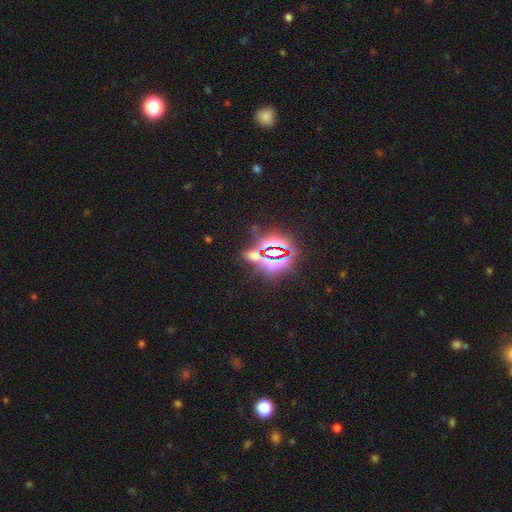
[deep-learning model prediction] Smooth or featured: star or artifact — 72% (smooth — 21%)